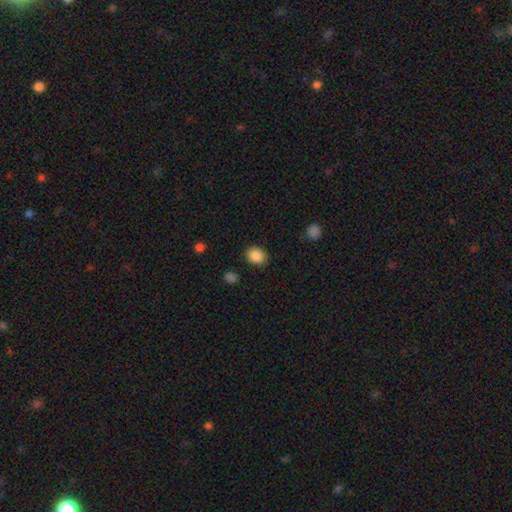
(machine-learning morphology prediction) This appears to be a smooth galaxy with no disk features (88%) that is round (54%). Merging: none (87%).